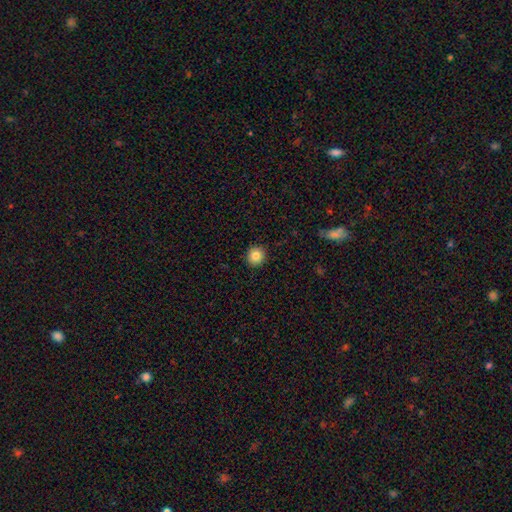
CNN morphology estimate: smooth_or_featured: smooth (p=0.85) [alt: star or artifact p=0.10]
how_rounded: round (p=0.93) [alt: in between p=0.06]
merging: none (p=0.92) [alt: minor disturbance p=0.05]